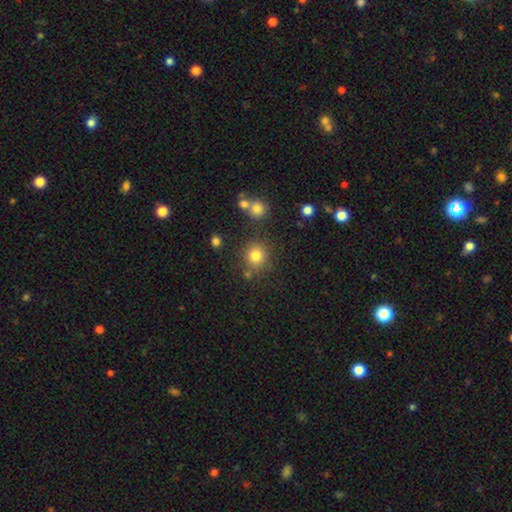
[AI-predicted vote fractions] smooth_or_featured: smooth (p=0.79) [alt: star or artifact p=0.14]
how_rounded: round (p=0.89) [alt: in between p=0.10]
merging: none (p=0.79) [alt: minor disturbance p=0.10]